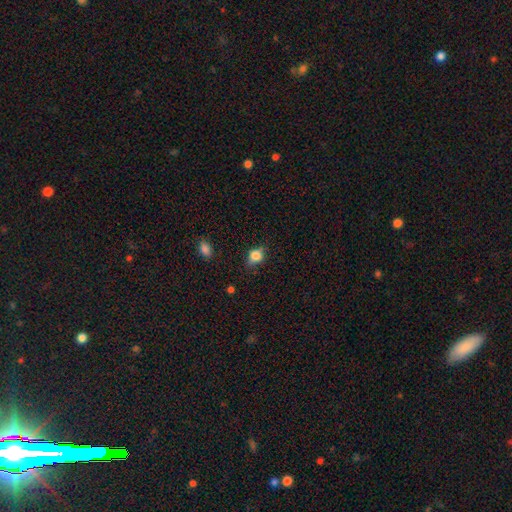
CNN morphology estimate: Smooth or featured? smooth (78%)
How rounded? round (55%)
Merging? none (66%)